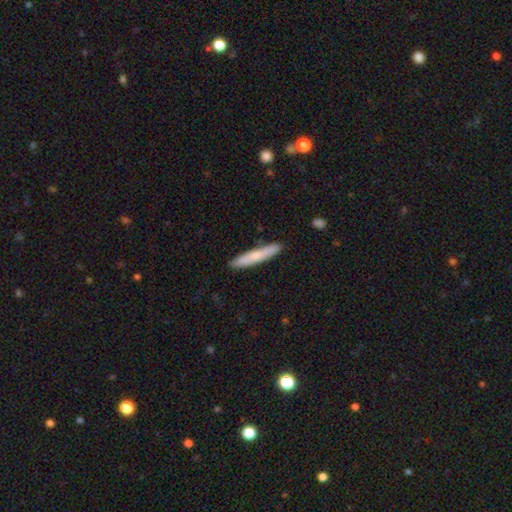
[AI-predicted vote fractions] Q: Smooth or featured?
A: smooth (67%); runner-up: featured or disk (27%)
Q: How rounded?
A: cigar-shaped (93%); runner-up: in between (5%)
Q: Merging?
A: none (89%); runner-up: minor disturbance (8%)